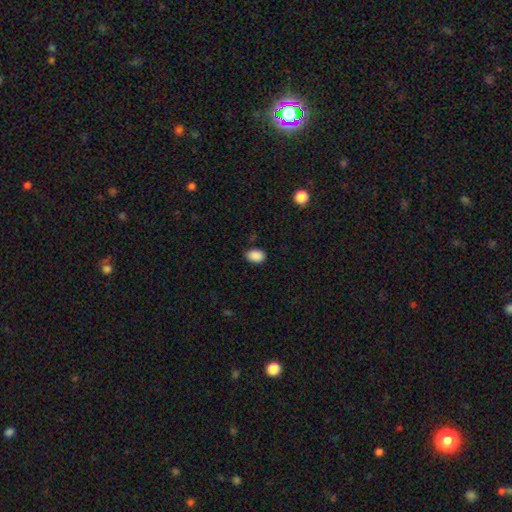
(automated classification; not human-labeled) Overall: smooth (89%). How rounded: in between (84%). Merging: none (84%).